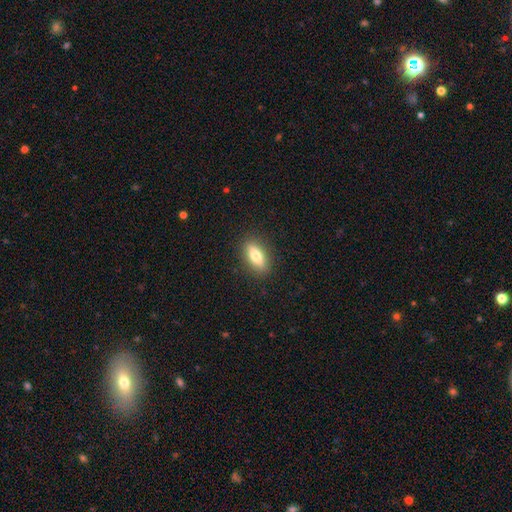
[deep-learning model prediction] Morphology: type=smooth (70%); roundness=in between (70%); merging=none (88%).